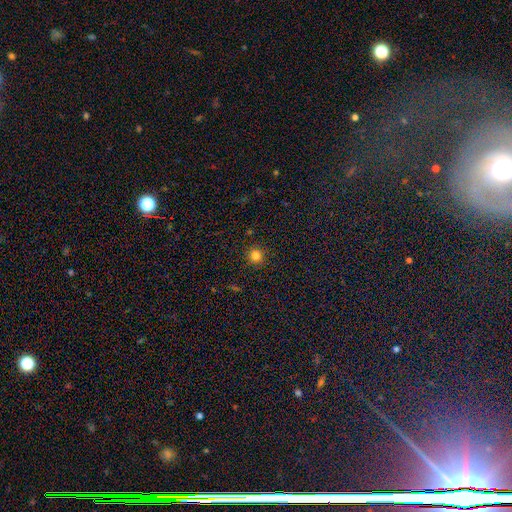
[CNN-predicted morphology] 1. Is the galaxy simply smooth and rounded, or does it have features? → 82% smooth, 13% star or artifact, 4% featured or disk.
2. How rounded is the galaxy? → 95% round, 5% in between, 1% cigar-shaped.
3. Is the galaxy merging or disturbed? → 92% none, 5% minor disturbance, 2% major disturbance, 1% merger.